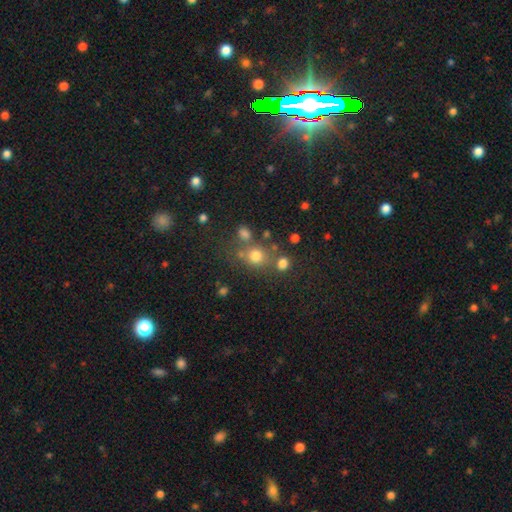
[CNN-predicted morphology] The model was most divided on "merging": none: 63%, merger: 20%, minor disturbance: 11%, major disturbance: 6%. More confident: how rounded — round (82%); smooth or featured — smooth (70%).